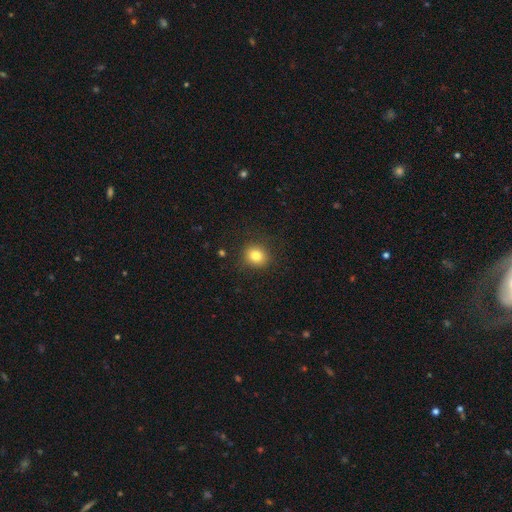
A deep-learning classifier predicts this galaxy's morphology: smooth_or_featured: smooth (p=0.82) [alt: star or artifact p=0.11]
how_rounded: round (p=0.79) [alt: in between p=0.20]
merging: none (p=0.88) [alt: minor disturbance p=0.08]